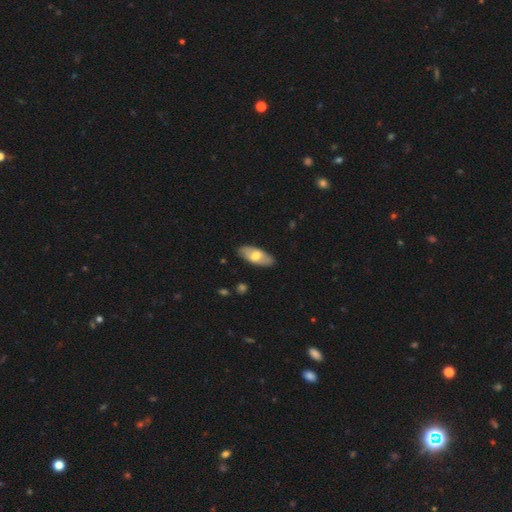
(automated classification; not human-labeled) Morphology: type=smooth (60%); roundness=in between (87%); merging=none (86%).